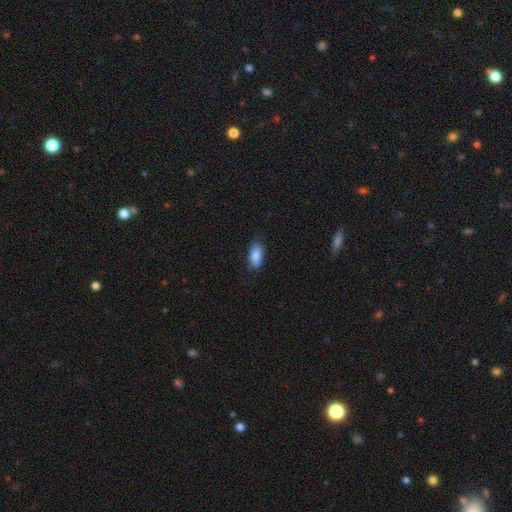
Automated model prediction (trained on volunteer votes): Morphology: type=smooth (86%); roundness=in between (88%); merging=none (80%).